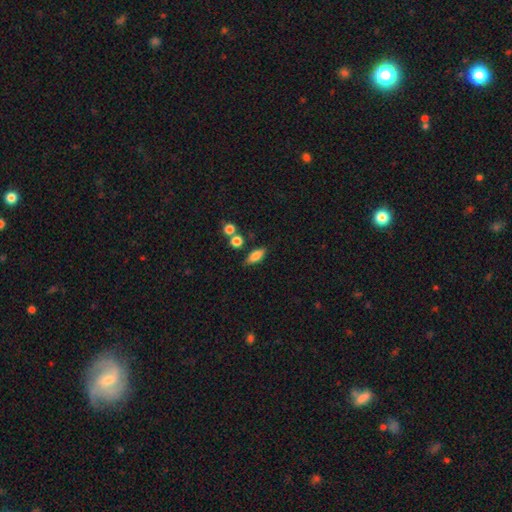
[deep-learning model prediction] This appears to be a smooth galaxy with no disk features (78%) that is in between round and cigar-shaped (77%). Merging: none (77%).